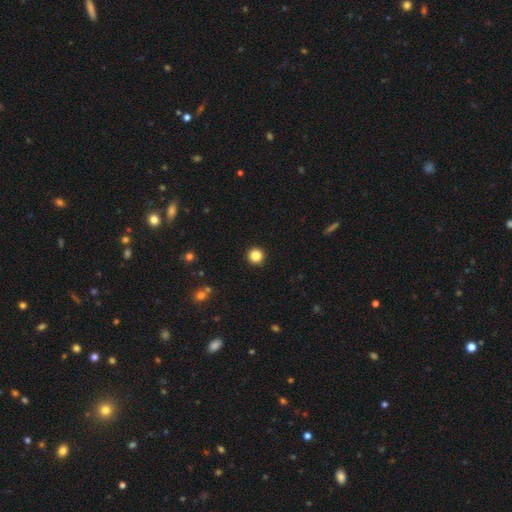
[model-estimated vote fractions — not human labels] A smooth galaxy with no disk features (85%) that is round (96%).

Vote fractions:
- Smooth or featured? smooth: 85% / star or artifact: 11% / featured or disk: 4%
- How rounded? round: 96% / in between: 3% / cigar-shaped: 1%
- Merging? none: 93% / minor disturbance: 4% / major disturbance: 1% / merger: 1%